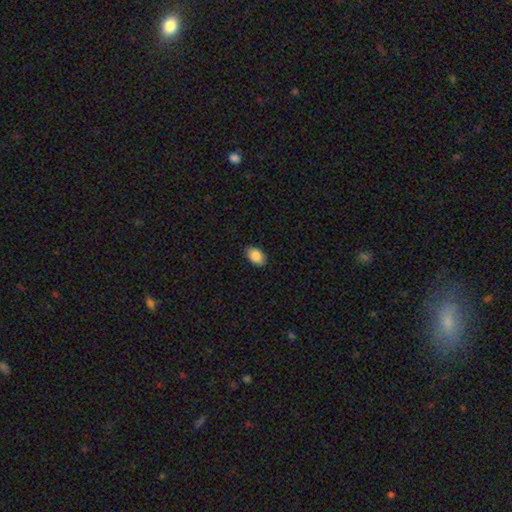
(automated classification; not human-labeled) Smooth or featured? Predicted: smooth (p=0.88). How rounded? Predicted: in between (p=0.90). Merging? Predicted: none (p=0.86).